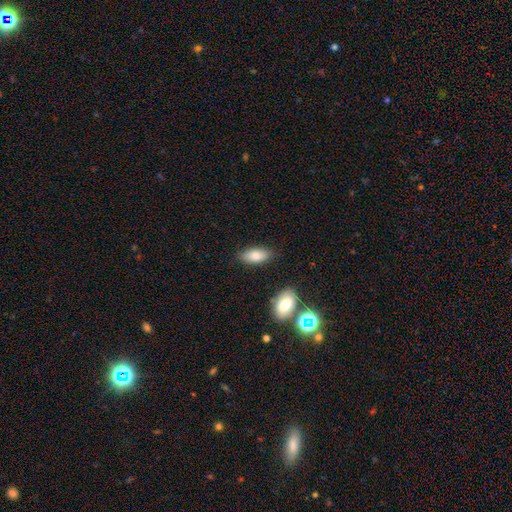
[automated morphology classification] Smooth or featured? Predicted: smooth (p=0.82). How rounded? Predicted: in between (p=0.86). Merging? Predicted: none (p=0.80).